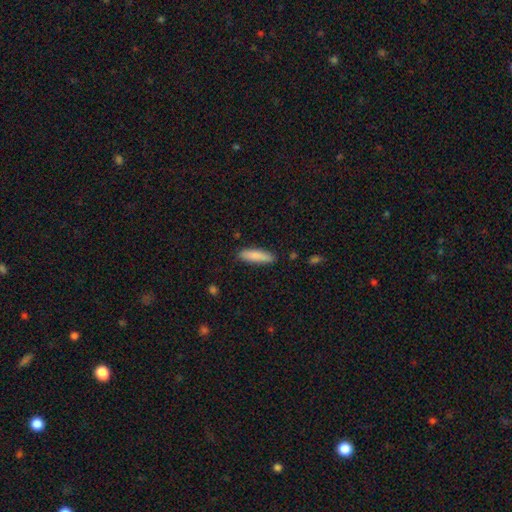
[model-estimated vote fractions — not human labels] Smooth or featured: smooth — 85% (featured or disk — 9%)
How rounded: cigar-shaped — 65% (in between — 33%)
Merging: none — 87% (minor disturbance — 10%)